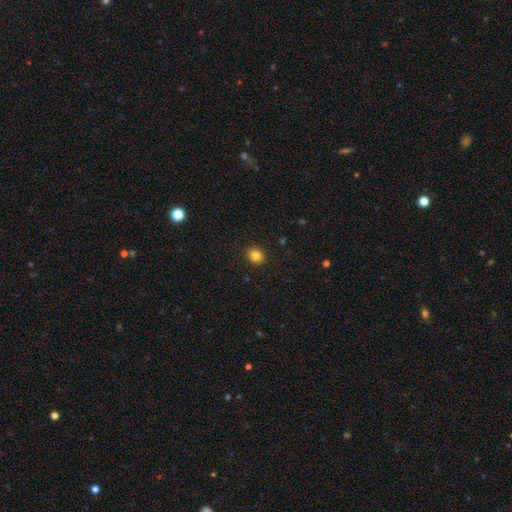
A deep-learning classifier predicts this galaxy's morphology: This is clearly a smooth galaxy (84%). How rounded: likely round (70%). Merging: clearly none (92%).